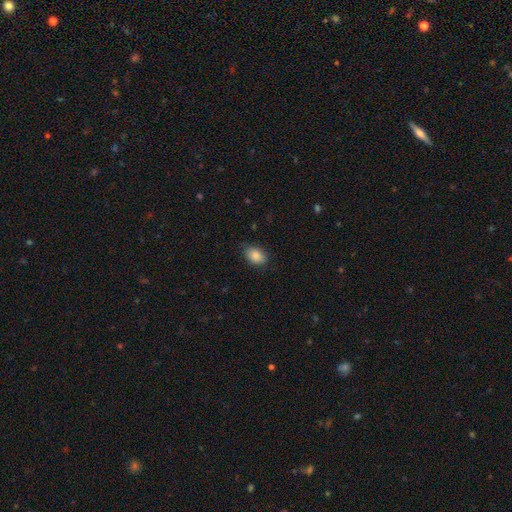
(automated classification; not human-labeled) Morphology: type=smooth (87%); roundness=in between (78%); merging=none (80%).